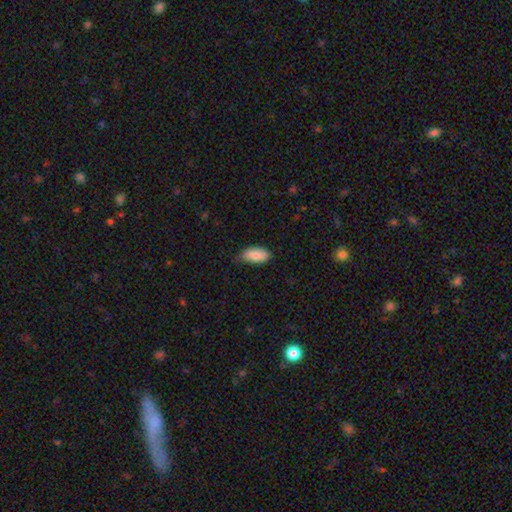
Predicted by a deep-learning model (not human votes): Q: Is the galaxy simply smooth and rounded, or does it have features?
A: smooth — 84%.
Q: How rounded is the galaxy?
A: in between — 91%.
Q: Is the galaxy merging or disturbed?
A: none — 64%.